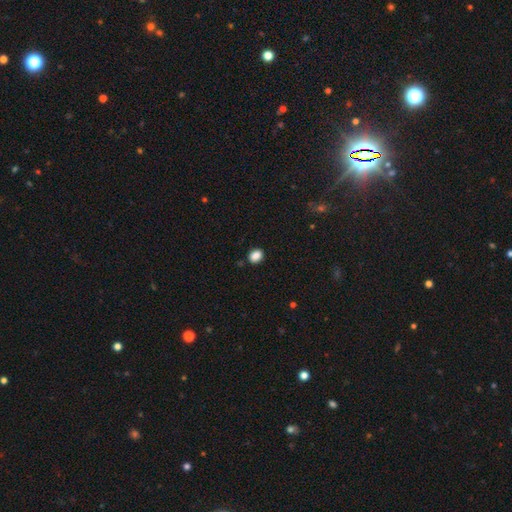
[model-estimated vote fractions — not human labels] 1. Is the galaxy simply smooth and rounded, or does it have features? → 88% smooth, 9% star or artifact, 3% featured or disk.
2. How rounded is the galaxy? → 59% in between, 40% round, 1% cigar-shaped.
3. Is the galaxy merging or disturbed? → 87% none, 9% minor disturbance, 2% major disturbance, 2% merger.